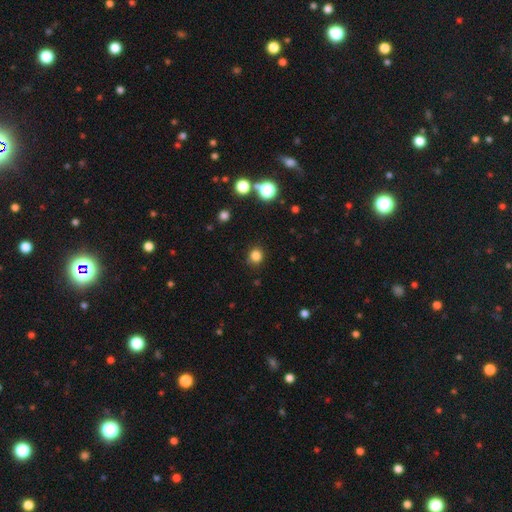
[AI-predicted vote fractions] This is clearly a smooth galaxy (82%). How rounded: clearly round (88%). Merging: clearly none (88%).